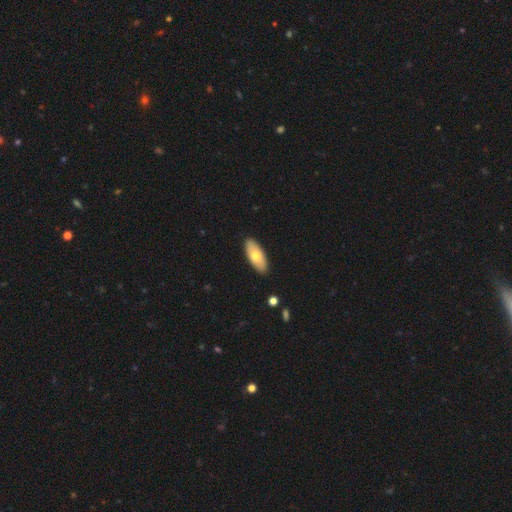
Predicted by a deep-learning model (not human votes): Overall: smooth (71%). How rounded: in between (83%). Merging: none (89%).